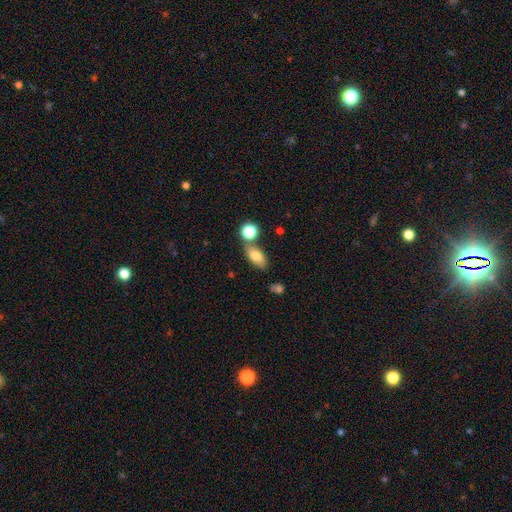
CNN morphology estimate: A smooth galaxy with no disk features (78%) that is in between round and cigar-shaped (84%).

Vote fractions:
- Smooth or featured? smooth: 78% / featured or disk: 13% / star or artifact: 9%
- How rounded? in between: 84% / round: 9% / cigar-shaped: 8%
- Merging? none: 63% / merger: 18% / minor disturbance: 14% / major disturbance: 4%